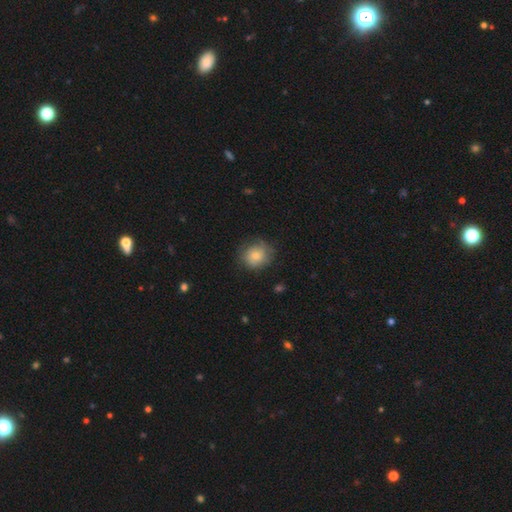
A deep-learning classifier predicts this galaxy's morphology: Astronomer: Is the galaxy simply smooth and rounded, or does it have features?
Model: smooth — 70%.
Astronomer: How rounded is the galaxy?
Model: round — 83%.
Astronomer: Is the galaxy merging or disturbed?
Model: none — 71%.